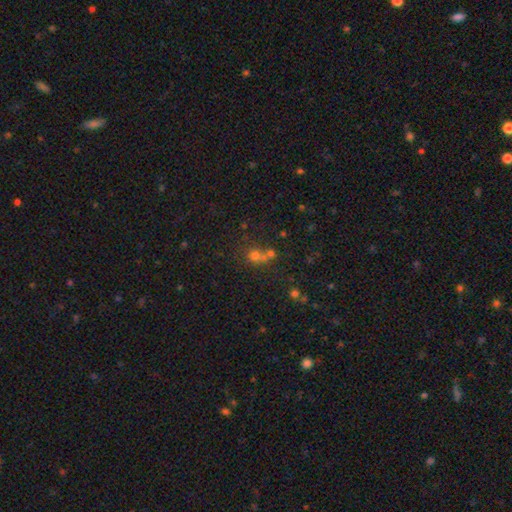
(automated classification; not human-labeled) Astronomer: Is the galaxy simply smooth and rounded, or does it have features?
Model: smooth — 59%.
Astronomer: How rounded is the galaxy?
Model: round — 83%.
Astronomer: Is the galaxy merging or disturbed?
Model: none — 46% (runner-up: merger, 42%).